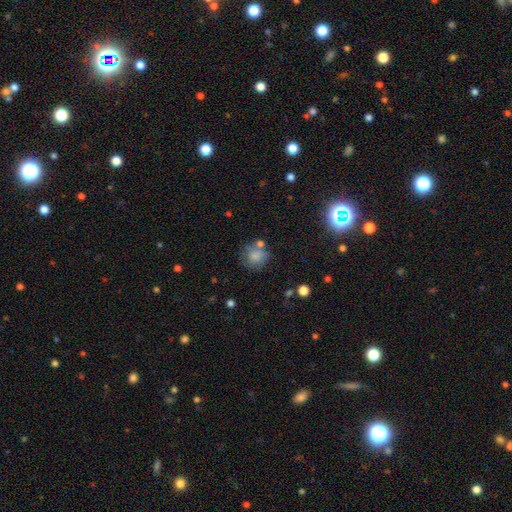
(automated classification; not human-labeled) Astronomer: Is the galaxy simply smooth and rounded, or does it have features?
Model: smooth — 77%.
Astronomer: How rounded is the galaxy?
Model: round — 84%.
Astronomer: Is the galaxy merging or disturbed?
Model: none — 59%.